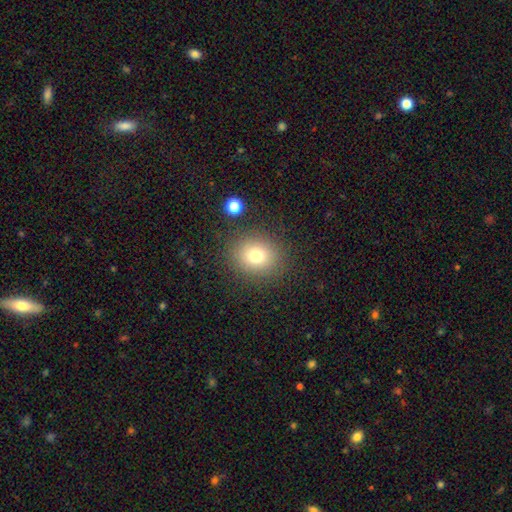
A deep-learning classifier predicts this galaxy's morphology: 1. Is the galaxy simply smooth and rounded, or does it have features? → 75% smooth, 14% star or artifact, 10% featured or disk.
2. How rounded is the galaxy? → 73% round, 26% in between, 1% cigar-shaped.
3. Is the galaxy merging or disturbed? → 85% none, 9% minor disturbance, 4% major disturbance, 2% merger.